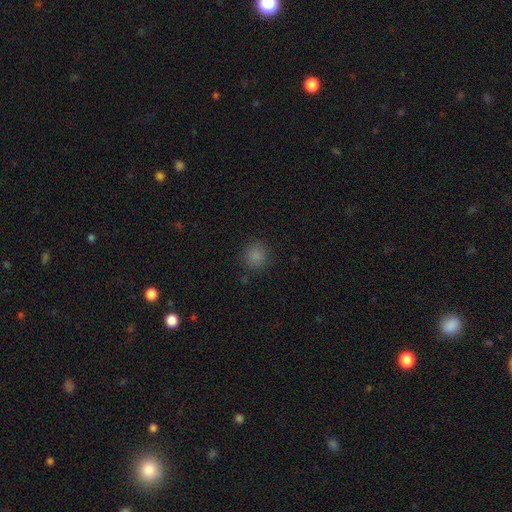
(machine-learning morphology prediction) Smooth or featured: smooth — 84% (star or artifact — 12%)
How rounded: round — 91% (in between — 8%)
Merging: none — 87% (minor disturbance — 9%)